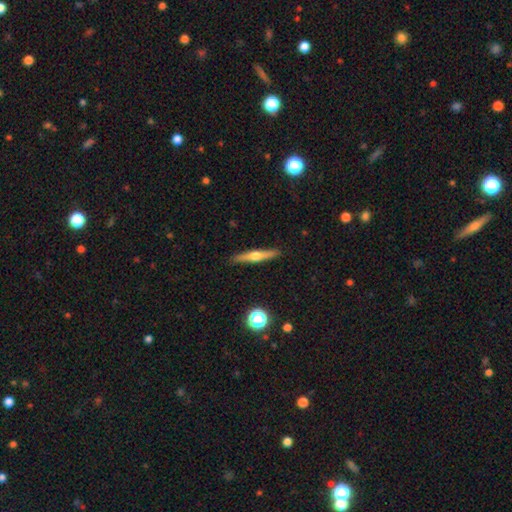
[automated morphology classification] A featured or disk galaxy (61%) viewed edge-on (97%) with a rounded central bulge (92%). Merging: none (90%).